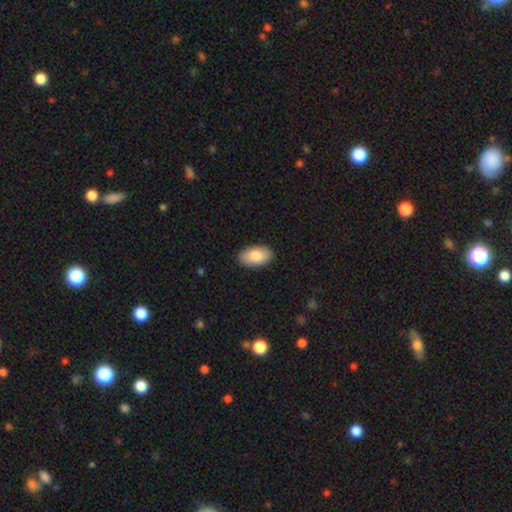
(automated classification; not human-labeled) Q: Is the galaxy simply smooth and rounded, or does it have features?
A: smooth — 85%.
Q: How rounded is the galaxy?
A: in between — 94%.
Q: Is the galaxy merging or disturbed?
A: none — 89%.